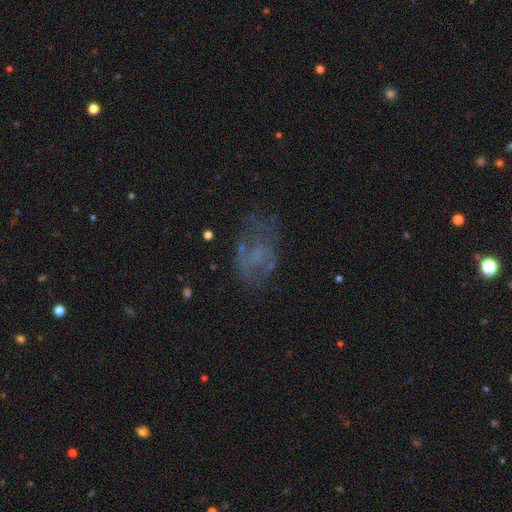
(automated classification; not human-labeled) A featured or disk galaxy (48%).

Vote fractions:
- Smooth or featured? featured or disk: 48% / smooth: 31% / star or artifact: 21%
- Merging? none: 53% / major disturbance: 24% / minor disturbance: 20% / merger: 3%